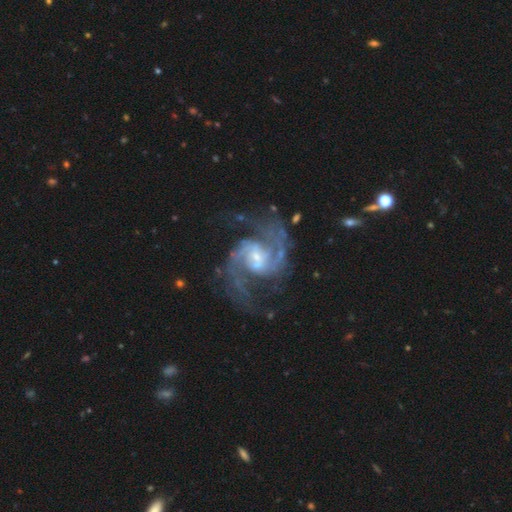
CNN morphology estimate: type=featured or disk (93%); edge-on=no (98%); bar=weak (49%); spiral arms=yes (98%); winding=medium (62%); arm count=2 (88%); bulge=small (60%); merging=none (73%).